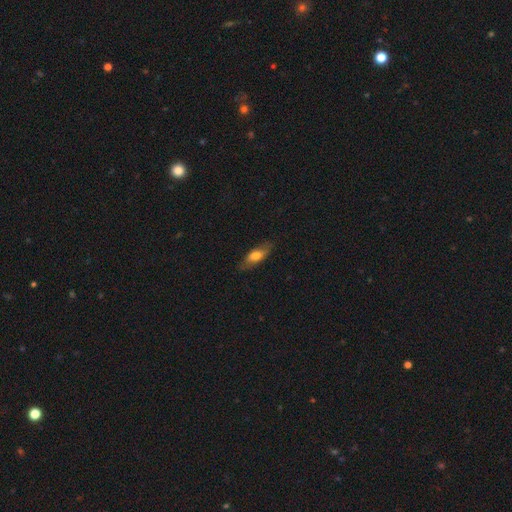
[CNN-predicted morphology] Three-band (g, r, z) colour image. It shows a smooth galaxy with no disk features (63%) that is in between round and cigar-shaped (68%). Merging: none (77%).